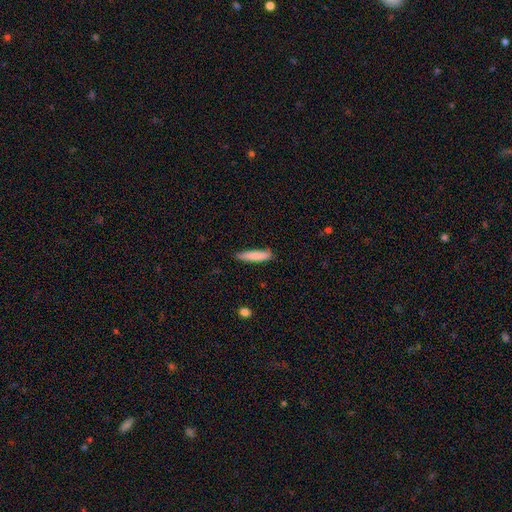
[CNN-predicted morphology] smooth-or-featured: smooth: 84% | featured or disk: 10% | star or artifact: 6%
  how-rounded: cigar-shaped: 85% | in between: 14% | round: 1%
  merging: none: 83% | minor disturbance: 13% | major disturbance: 2% | merger: 1%